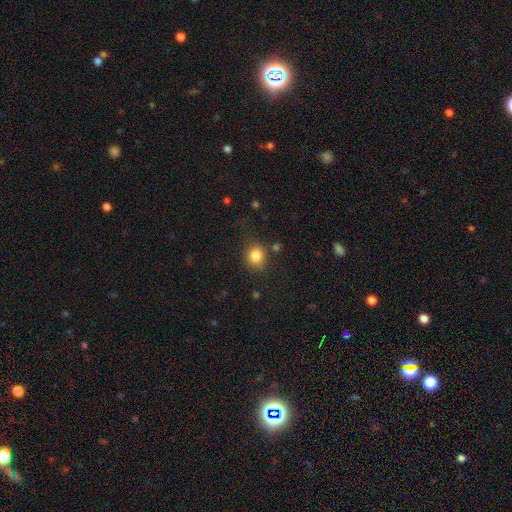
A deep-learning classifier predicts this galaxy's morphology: Smooth or featured?
  - smooth: 84% *
  - star or artifact: 11%
  - featured or disk: 5%
How rounded?
  - round: 80% *
  - in between: 19%
  - cigar-shaped: 1%
Merging?
  - none: 79% *
  - minor disturbance: 12%
  - major disturbance: 4%
  - merger: 4%